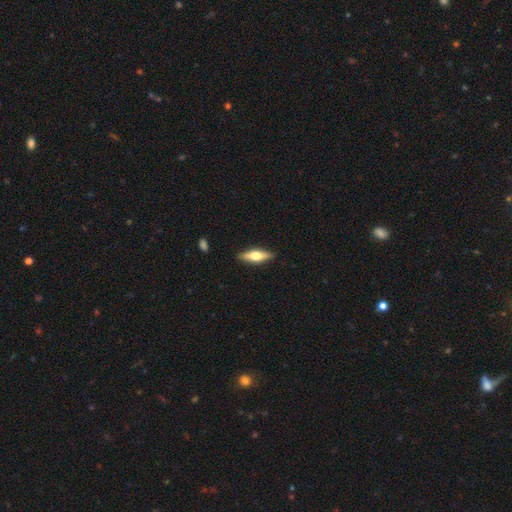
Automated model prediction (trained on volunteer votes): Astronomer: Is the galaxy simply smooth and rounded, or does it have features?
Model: smooth — 49% (runner-up: featured or disk, 45%).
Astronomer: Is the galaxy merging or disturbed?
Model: none — 88%.